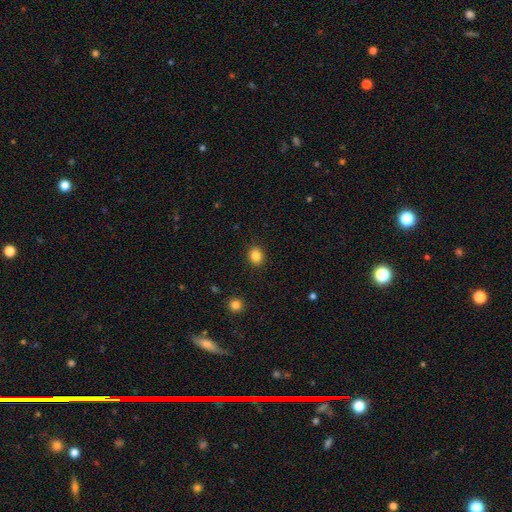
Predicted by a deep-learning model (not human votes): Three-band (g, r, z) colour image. It shows a smooth galaxy with no disk features (85%) that is round (61%). Merging: none (90%).